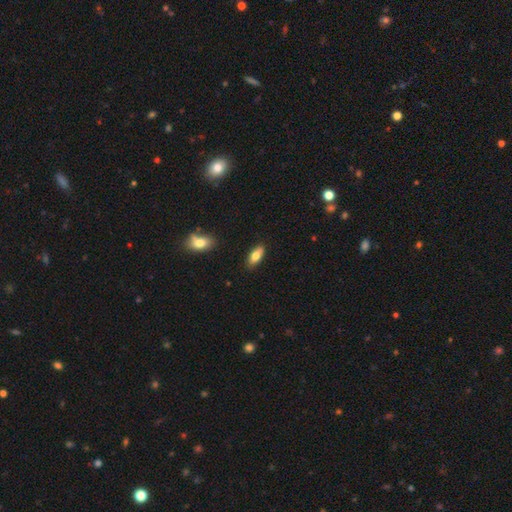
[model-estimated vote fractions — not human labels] smooth-or-featured: smooth: 77% | featured or disk: 17% | star or artifact: 7%
  how-rounded: in between: 82% | cigar-shaped: 15% | round: 3%
  merging: none: 85% | minor disturbance: 11% | major disturbance: 2% | merger: 2%